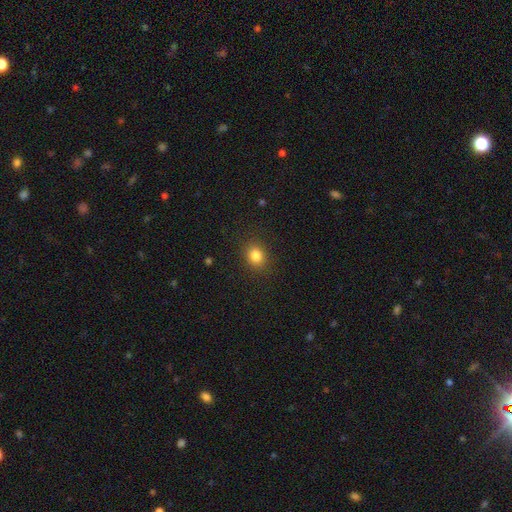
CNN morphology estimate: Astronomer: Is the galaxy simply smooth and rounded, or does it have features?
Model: smooth — 83%.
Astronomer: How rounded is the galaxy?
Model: round — 59% (runner-up: in between, 40%).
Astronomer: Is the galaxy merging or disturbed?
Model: none — 88%.